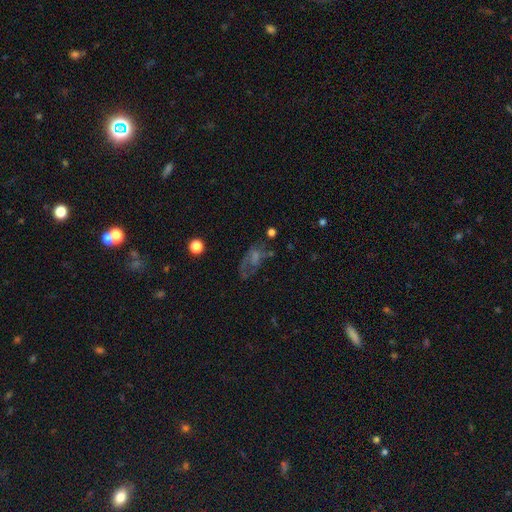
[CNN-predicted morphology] Smooth or featured? Predicted: featured or disk (p=0.47). Merging? Predicted: none (p=0.38).